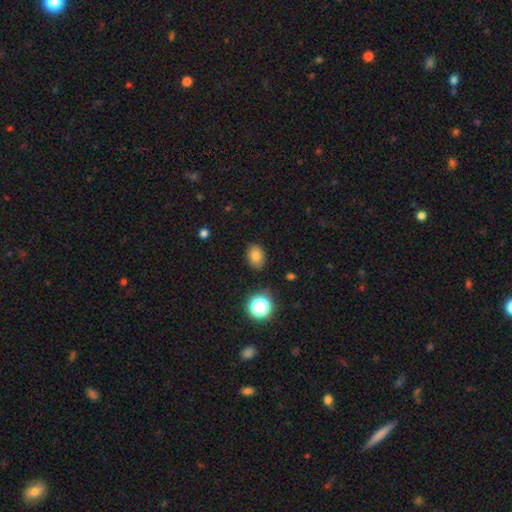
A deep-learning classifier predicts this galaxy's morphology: Smooth or featured: smooth — 79% (star or artifact — 14%)
How rounded: in between — 64% (round — 35%)
Merging: none — 85% (minor disturbance — 11%)